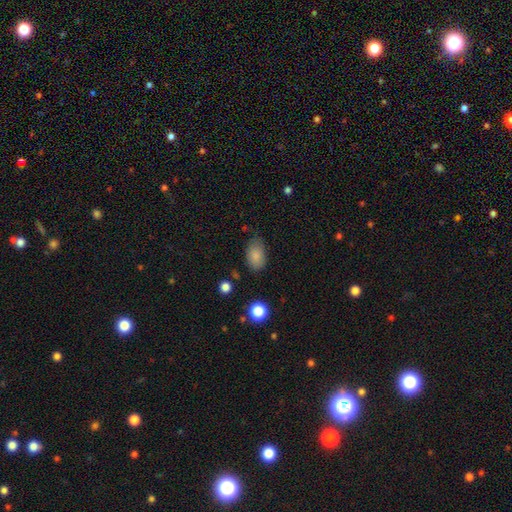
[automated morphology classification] This appears to be a smooth galaxy with no disk features (84%) that is in between round and cigar-shaped (88%). Merging: none (70%).